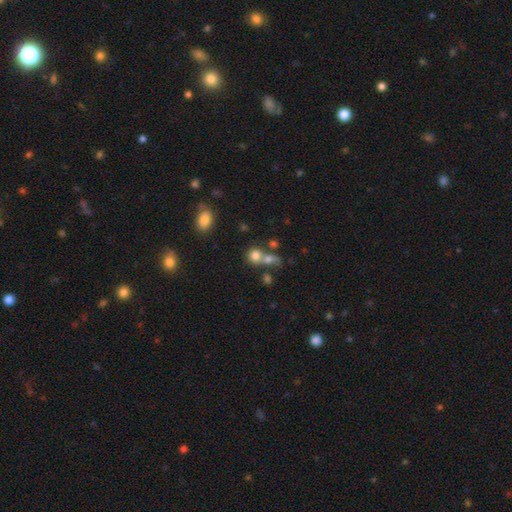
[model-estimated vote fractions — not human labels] A smooth galaxy with no disk features (75%) that is round (81%).

Vote fractions:
- Smooth or featured? smooth: 75% / star or artifact: 13% / featured or disk: 12%
- How rounded? round: 81% / in between: 17% / cigar-shaped: 1%
- Merging? merger: 46% / none: 40% / minor disturbance: 8% / major disturbance: 5%